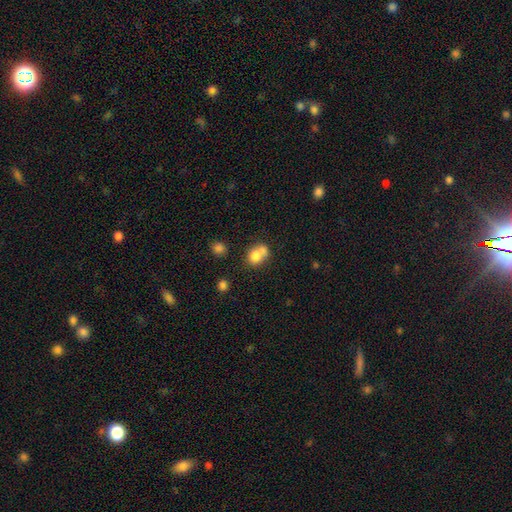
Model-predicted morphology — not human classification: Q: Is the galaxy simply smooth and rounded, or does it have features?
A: smooth — 75%.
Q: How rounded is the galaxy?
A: round — 59%.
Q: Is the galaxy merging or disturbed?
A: merger — 53%.